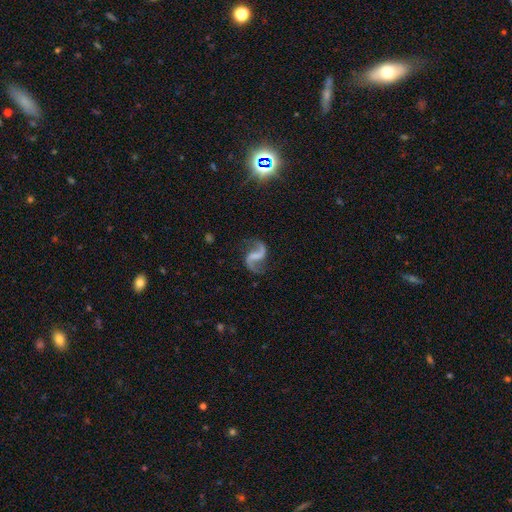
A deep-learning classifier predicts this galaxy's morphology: featured or disk 90%, star or artifact 5%, smooth 4%. Down the decision tree: edge-on disk — no (98%); bar — weak (43%); spiral arms — yes (97%); spiral arm count — 2 (94%); spiral winding — loose (73%); bulge size — none (60%); merging — none (80%).